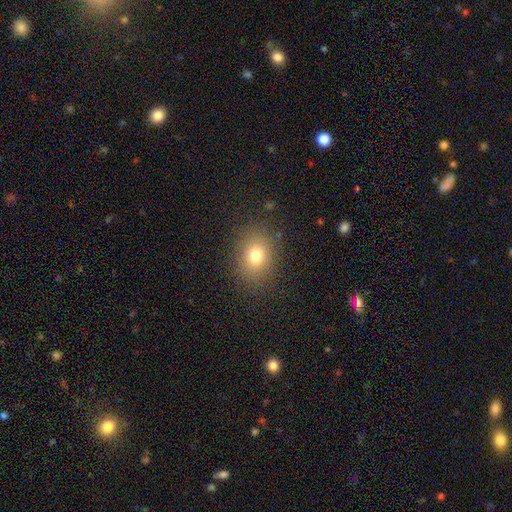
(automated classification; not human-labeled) Smooth or featured? smooth (75%)
How rounded? in between (51%)
Merging? none (86%)